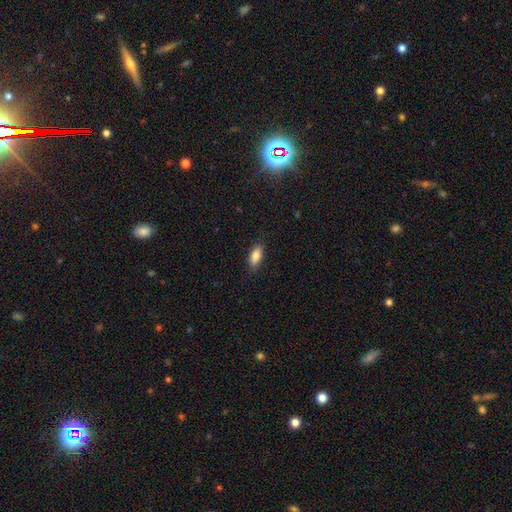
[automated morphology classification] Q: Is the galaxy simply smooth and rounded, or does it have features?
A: smooth — 81%.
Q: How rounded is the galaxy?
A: in between — 82%.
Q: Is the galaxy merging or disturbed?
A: none — 84%.